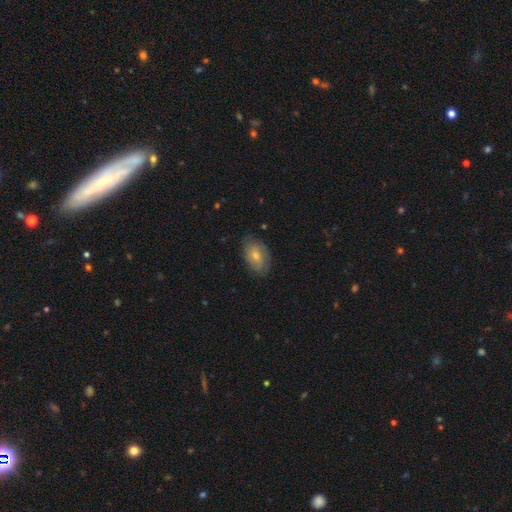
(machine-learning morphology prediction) A smooth galaxy with no disk features (62%) that is in between round and cigar-shaped (89%).

Vote fractions:
- Smooth or featured? smooth: 62% / featured or disk: 31% / star or artifact: 7%
- How rounded? in between: 89% / round: 9% / cigar-shaped: 2%
- Merging? none: 73% / minor disturbance: 21% / major disturbance: 5% / merger: 1%